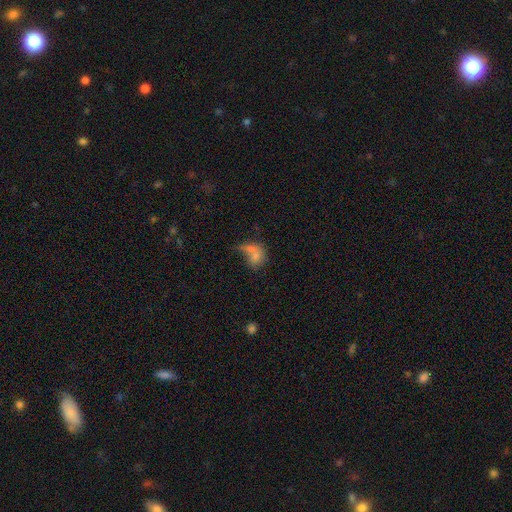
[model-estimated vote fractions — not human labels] This is likely a smooth galaxy (67%). How rounded: possibly in between (57%). Merging: possibly merger (48%).